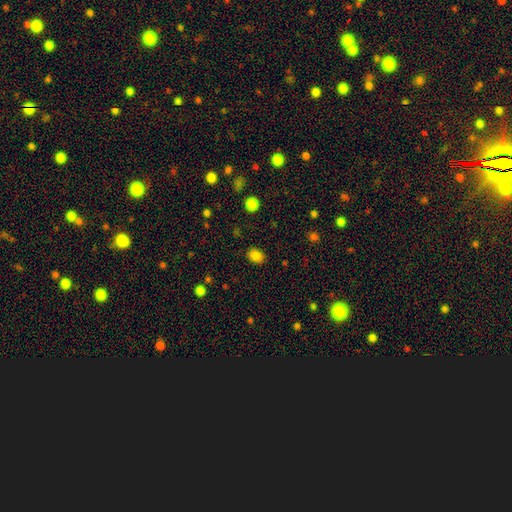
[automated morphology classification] Smooth or featured? smooth (84%)
How rounded? in between (68%)
Merging? none (85%)